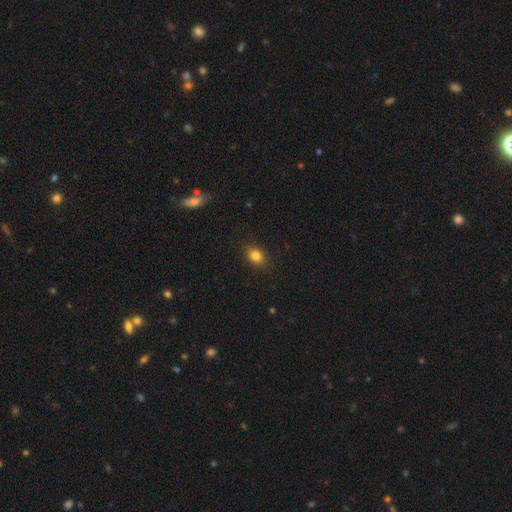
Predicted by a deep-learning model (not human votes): Smooth or featured? Predicted: smooth (p=0.83). How rounded? Predicted: in between (p=0.70). Merging? Predicted: none (p=0.89).